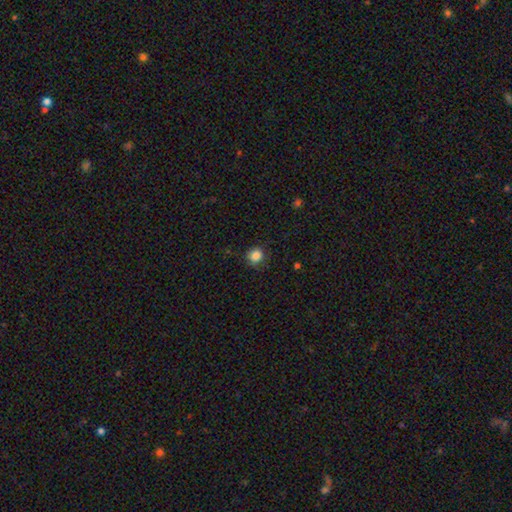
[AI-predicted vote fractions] smooth 85%, star or artifact 11%, featured or disk 4%. Down the decision tree: how rounded — round (86%); merging — none (82%).